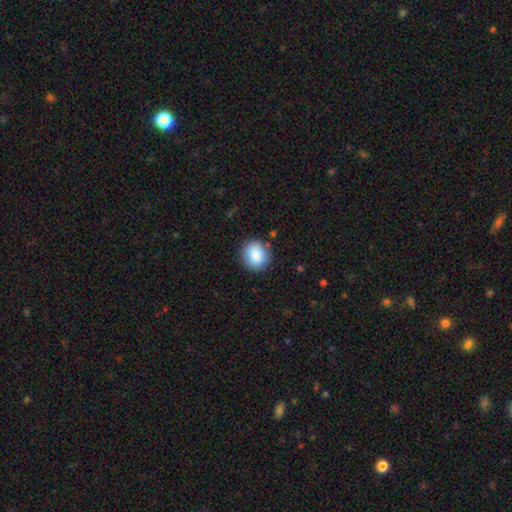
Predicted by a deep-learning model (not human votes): Smooth or featured? smooth (87%)
How rounded? round (78%)
Merging? none (85%)